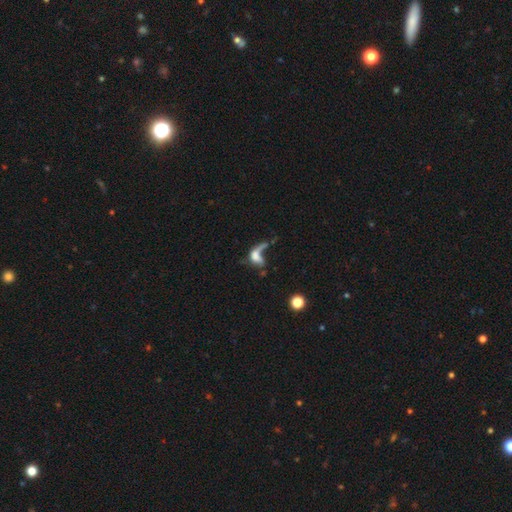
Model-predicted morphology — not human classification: A featured or disk galaxy (44%). Merging: major disturbance (44%).